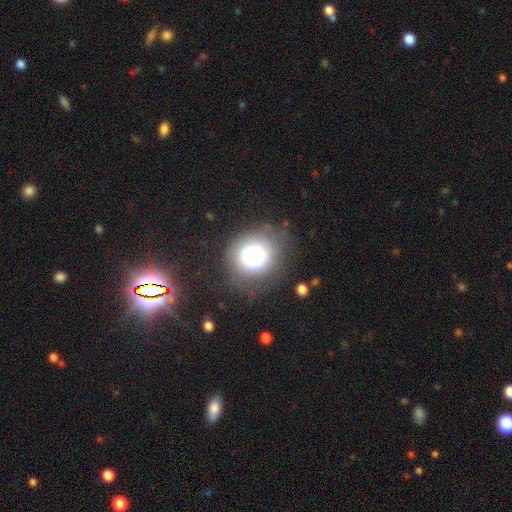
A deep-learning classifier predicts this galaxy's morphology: Smooth or featured: smooth — 72% (featured or disk — 17%)
How rounded: round — 82% (in between — 17%)
Merging: none — 72% (minor disturbance — 18%)